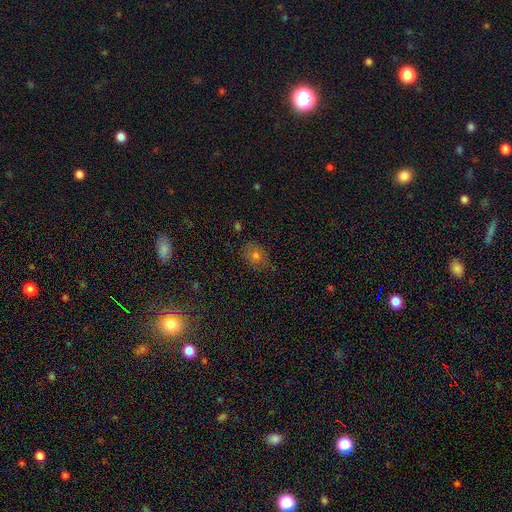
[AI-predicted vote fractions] A smooth galaxy with no disk features (65%) that is round (59%).

Vote fractions:
- Smooth or featured? smooth: 65% / star or artifact: 22% / featured or disk: 13%
- How rounded? round: 59% / in between: 40% / cigar-shaped: 1%
- Merging? none: 74% / minor disturbance: 19% / major disturbance: 5% / merger: 2%